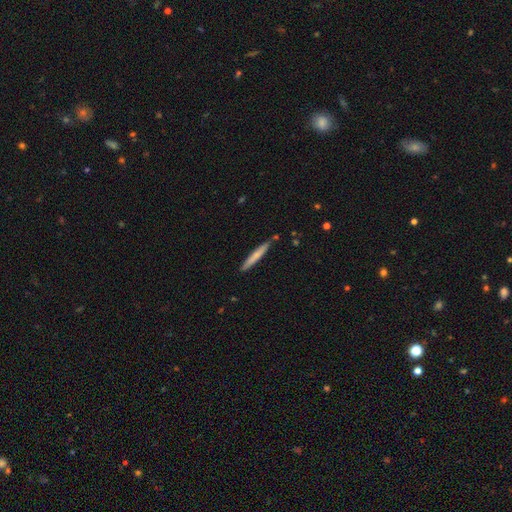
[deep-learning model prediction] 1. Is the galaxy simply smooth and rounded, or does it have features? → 64% smooth, 30% featured or disk, 5% star or artifact.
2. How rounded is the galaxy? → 95% cigar-shaped, 3% in between, 1% round.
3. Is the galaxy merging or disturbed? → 86% none, 10% minor disturbance, 2% merger, 2% major disturbance.